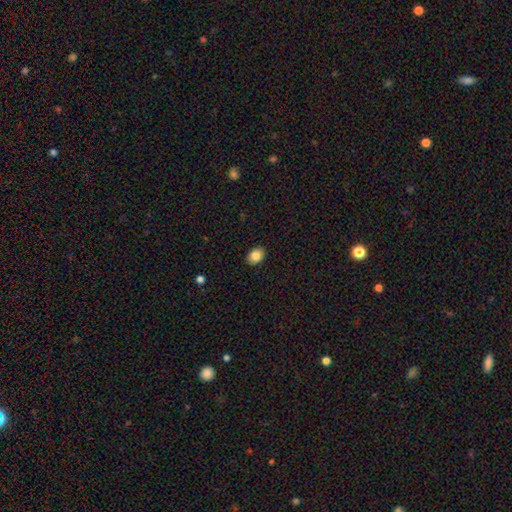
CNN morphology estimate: smooth-or-featured: smooth: 86% | star or artifact: 8% | featured or disk: 6%
  how-rounded: in between: 72% | round: 27% | cigar-shaped: 1%
  merging: none: 89% | minor disturbance: 8% | major disturbance: 2% | merger: 1%